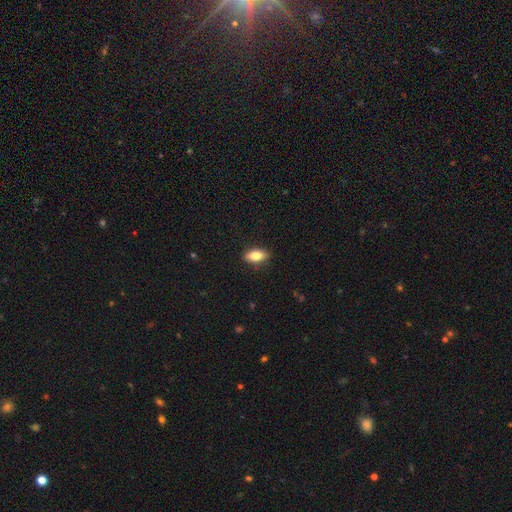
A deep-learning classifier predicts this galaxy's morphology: smooth 77%, featured or disk 16%, star or artifact 7%. Down the decision tree: how rounded — in between (85%); merging — none (89%).